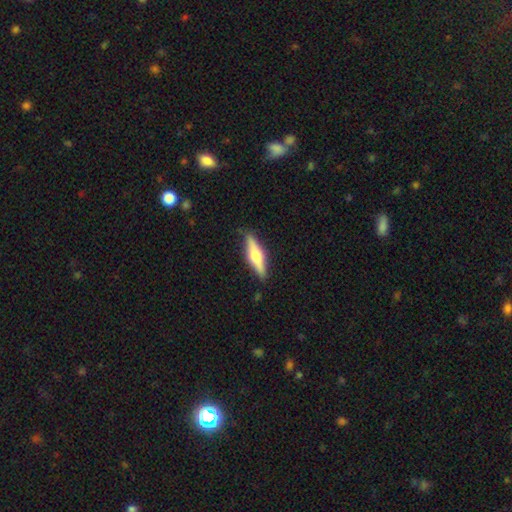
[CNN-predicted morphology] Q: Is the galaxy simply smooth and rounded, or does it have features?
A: featured or disk — 58%.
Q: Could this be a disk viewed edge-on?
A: yes — 96%.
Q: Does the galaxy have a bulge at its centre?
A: rounded — 90%.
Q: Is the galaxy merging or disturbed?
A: none — 88%.